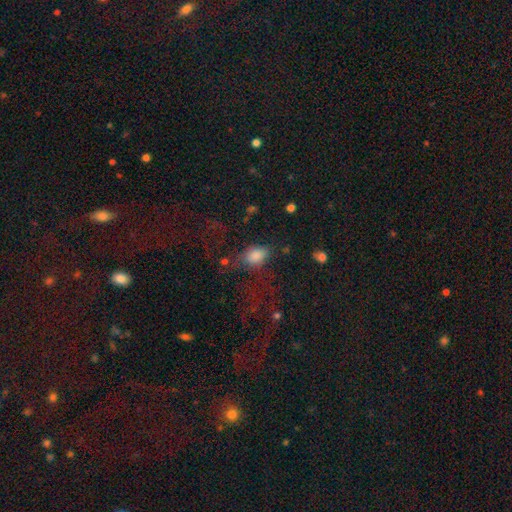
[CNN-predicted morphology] The model was most divided on "merging": none: 51%, minor disturbance: 22%, major disturbance: 21%, merger: 6%. More confident: how rounded — in between (79%); smooth or featured — smooth (79%).